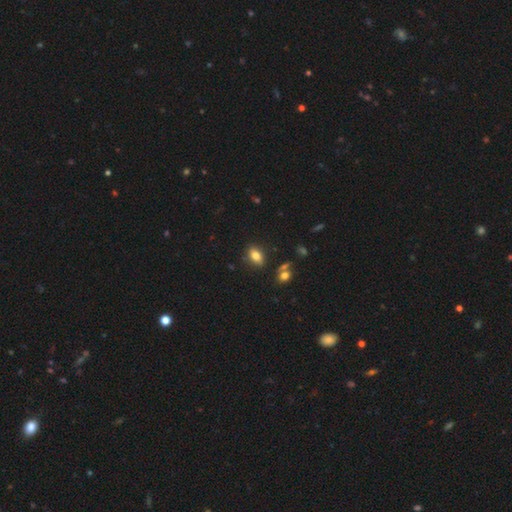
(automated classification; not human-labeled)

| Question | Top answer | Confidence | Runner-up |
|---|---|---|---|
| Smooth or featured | smooth | 77% | featured or disk (13%) |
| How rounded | in between | 83% | round (12%) |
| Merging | none | 82% | minor disturbance (12%) |